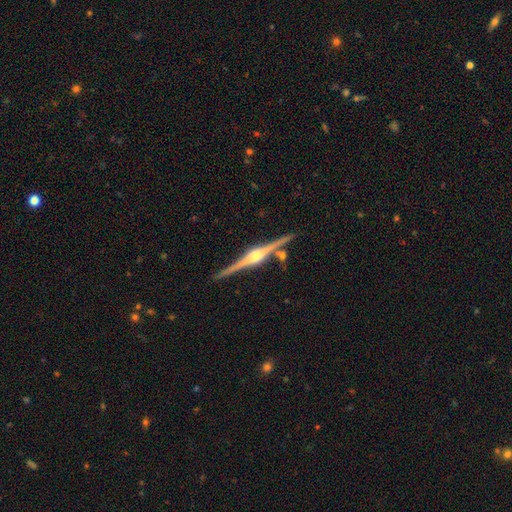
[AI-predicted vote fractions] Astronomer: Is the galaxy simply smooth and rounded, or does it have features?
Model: featured or disk — 89%.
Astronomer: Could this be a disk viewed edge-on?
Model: yes — 99%.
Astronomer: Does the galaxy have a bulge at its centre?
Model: rounded — 88%.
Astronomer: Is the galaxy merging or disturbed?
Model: none — 86%.